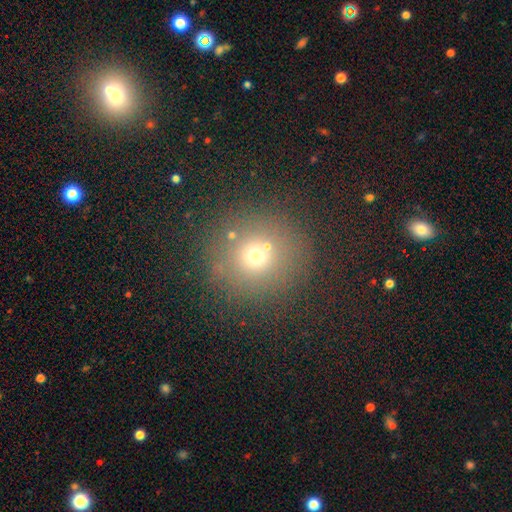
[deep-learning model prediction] A smooth galaxy with no disk features (66%) that is round (94%).

Vote fractions:
- Smooth or featured? smooth: 66% / star or artifact: 22% / featured or disk: 12%
- How rounded? round: 94% / in between: 5% / cigar-shaped: 1%
- Merging? none: 80% / minor disturbance: 9% / merger: 6% / major disturbance: 5%